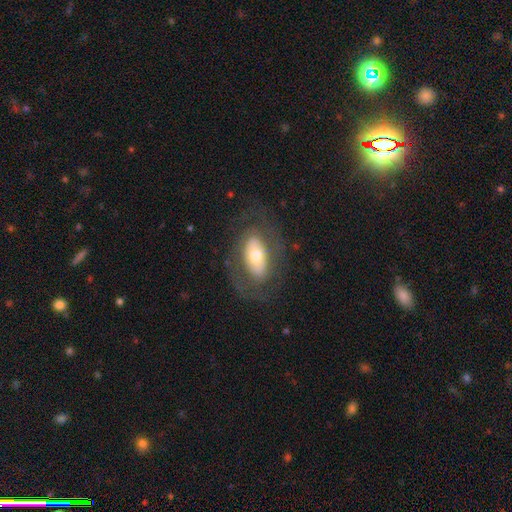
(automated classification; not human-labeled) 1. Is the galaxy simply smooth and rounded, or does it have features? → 52% featured or disk, 41% smooth, 7% star or artifact.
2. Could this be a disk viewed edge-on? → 89% no, 11% yes.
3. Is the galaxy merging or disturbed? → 73% none, 14% minor disturbance, 12% major disturbance, 1% merger.